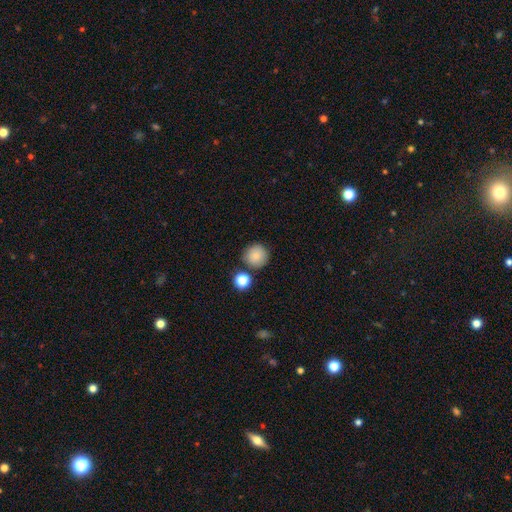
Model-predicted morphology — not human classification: This appears to be a smooth galaxy with no disk features (85%) that is round (94%). Merging: none (80%).